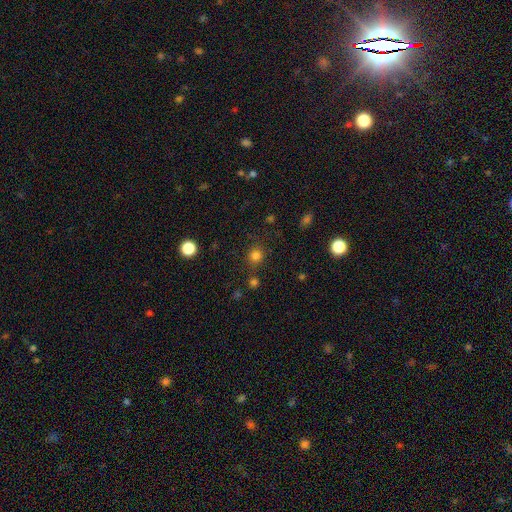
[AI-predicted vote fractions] Smooth or featured? Predicted: smooth (p=0.79). How rounded? Predicted: round (p=0.90). Merging? Predicted: none (p=0.82).